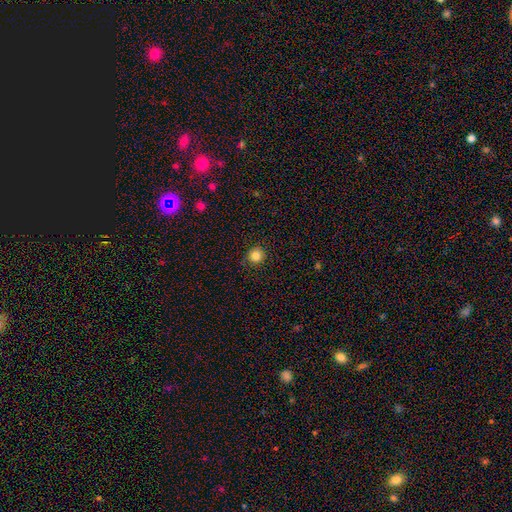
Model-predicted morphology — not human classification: The model was most divided on "smooth or featured": smooth: 83%, star or artifact: 12%, featured or disk: 5%. More confident: how rounded — round (92%); merging — none (91%).